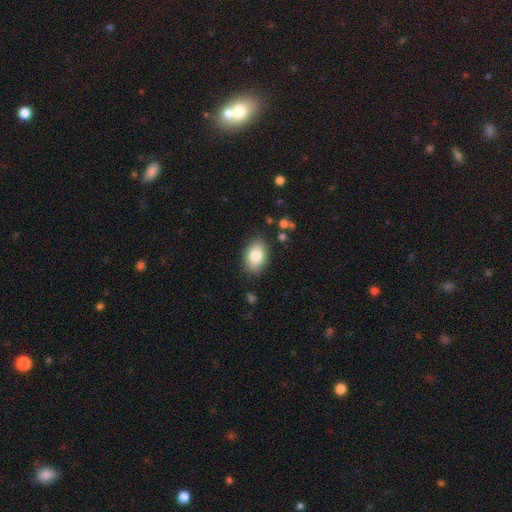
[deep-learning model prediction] A smooth galaxy with no disk features (83%) that is in between round and cigar-shaped (86%). Merging: none (85%).